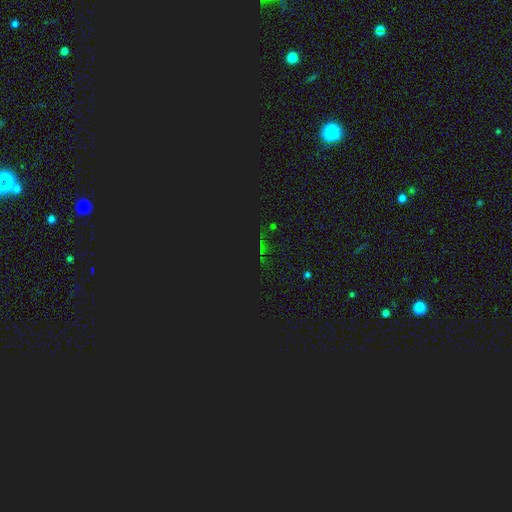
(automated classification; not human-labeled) This is likely a star or artifact rather than a galaxy (80%).